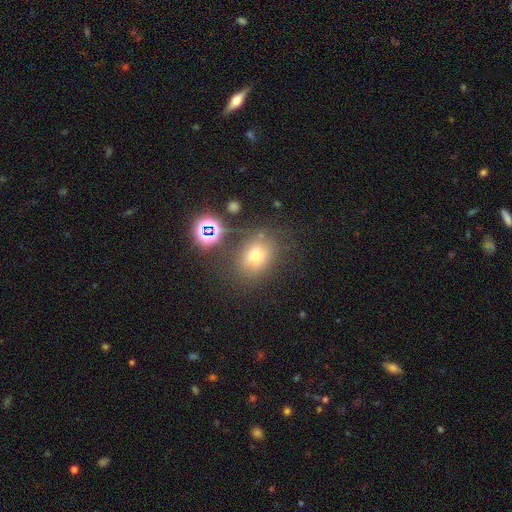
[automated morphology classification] smooth_or_featured: smooth (p=0.66) [alt: star or artifact p=0.20]
how_rounded: in between (p=0.52) [alt: round p=0.47]
merging: none (p=0.70) [alt: minor disturbance p=0.16]